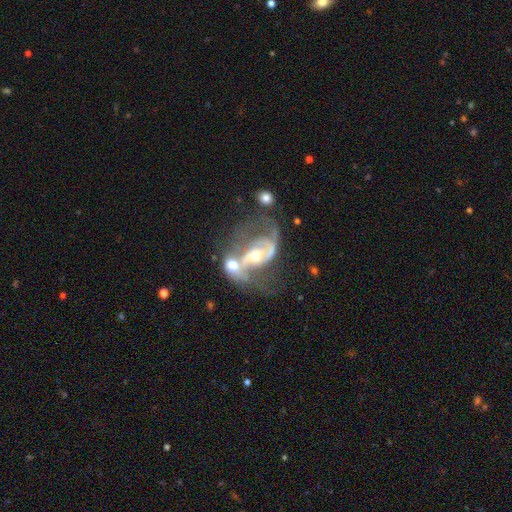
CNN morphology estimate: A featured or disk galaxy (83%) with no bar (45%), 2 (75%) medium (45%) spiral arms (85%) and a moderate central bulge (60%). Merging: merger (52%).